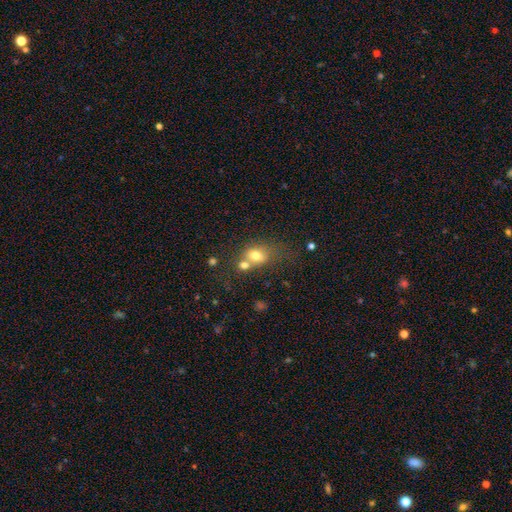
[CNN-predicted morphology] This is likely a smooth galaxy (70%). How rounded: possibly in between (51%). Merging: marginally merger (43%).